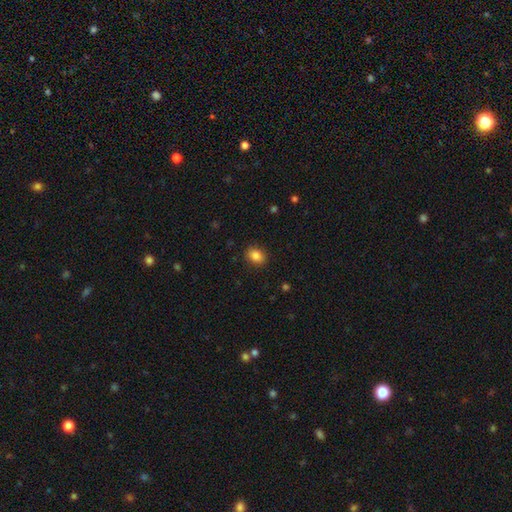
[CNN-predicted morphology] Overall: smooth (86%). How rounded: in between (63%; round 36%). Merging: none (88%).